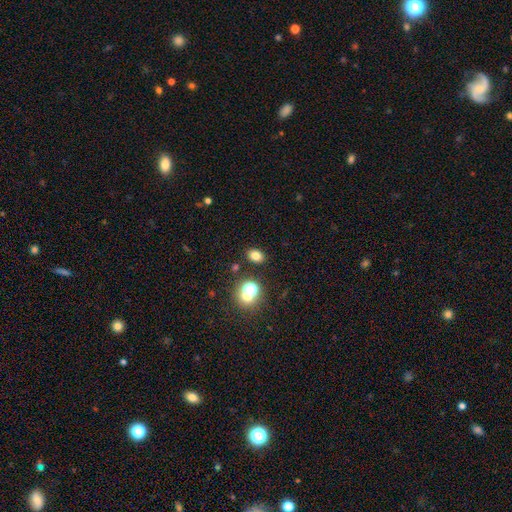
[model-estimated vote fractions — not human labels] A smooth galaxy with no disk features (76%) that is in between round and cigar-shaped (70%). Merging: none (84%).